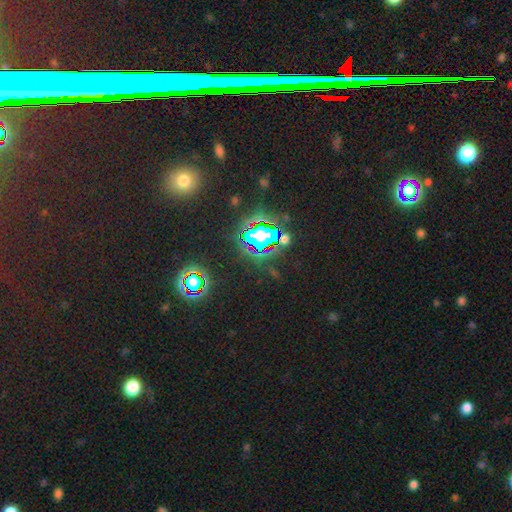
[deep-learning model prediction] star or artifact 80%, smooth 11%, featured or disk 9%.